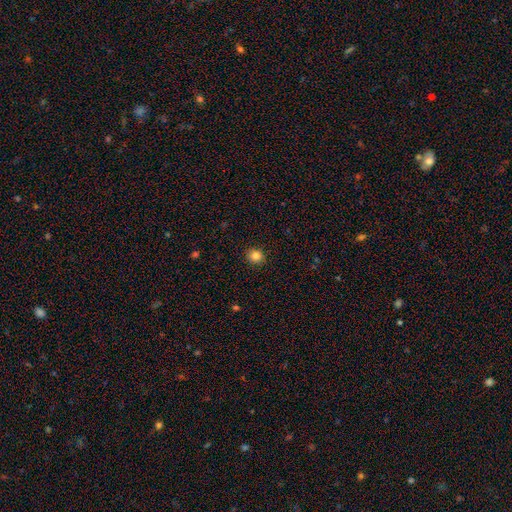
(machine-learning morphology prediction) smooth_or_featured: smooth (p=0.84) [alt: star or artifact p=0.12]
how_rounded: round (p=0.88) [alt: in between p=0.11]
merging: none (p=0.91) [alt: minor disturbance p=0.06]